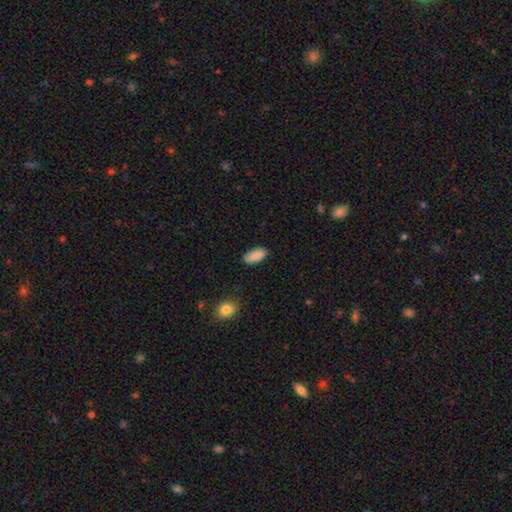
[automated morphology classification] The model was most divided on "merging": none: 84%, minor disturbance: 13%, major disturbance: 2%, merger: 1%. More confident: how rounded — in between (91%); smooth or featured — smooth (89%).